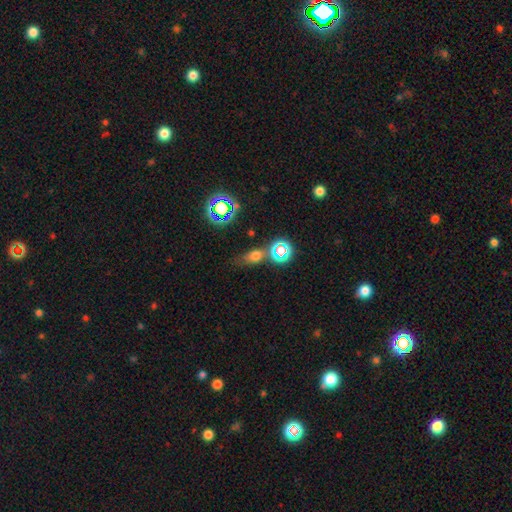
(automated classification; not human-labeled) Smooth or featured? Predicted: smooth (p=0.63). How rounded? Predicted: in between (p=0.64). Merging? Predicted: none (p=0.60).